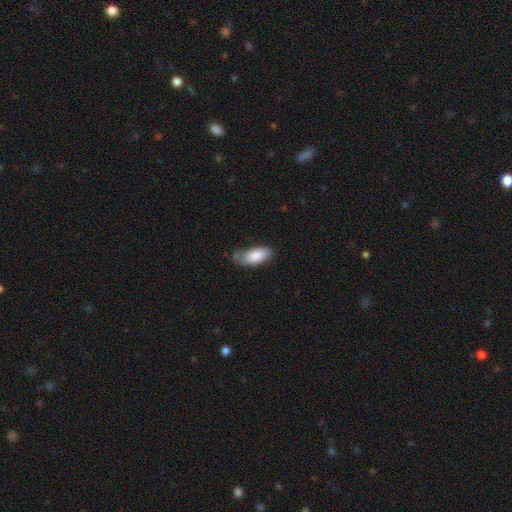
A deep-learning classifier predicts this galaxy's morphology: type=smooth (84%); roundness=in between (89%); merging=none (53%).